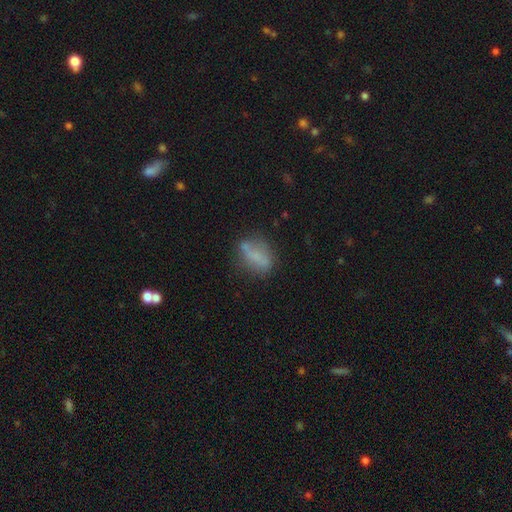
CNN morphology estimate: Smooth or featured: smooth — 61% (featured or disk — 28%)
How rounded: in between — 70% (cigar-shaped — 17%)
Merging: none — 55% (minor disturbance — 24%)